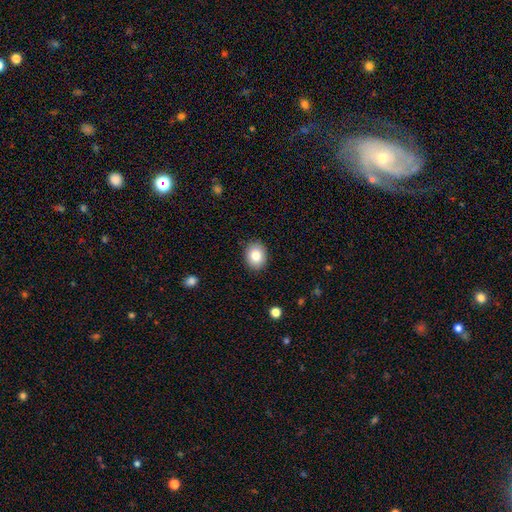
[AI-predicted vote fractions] The model was most divided on "how rounded": round: 53%, in between: 46%, cigar-shaped: 1%. More confident: merging — none (89%); smooth or featured — smooth (83%).